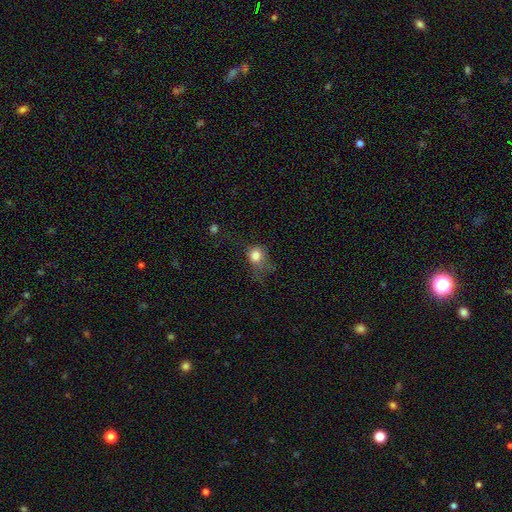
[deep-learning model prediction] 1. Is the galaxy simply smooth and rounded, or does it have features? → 79% smooth, 12% star or artifact, 9% featured or disk.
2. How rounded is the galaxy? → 64% round, 34% in between, 1% cigar-shaped.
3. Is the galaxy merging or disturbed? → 39% none, 29% major disturbance, 29% minor disturbance, 3% merger.